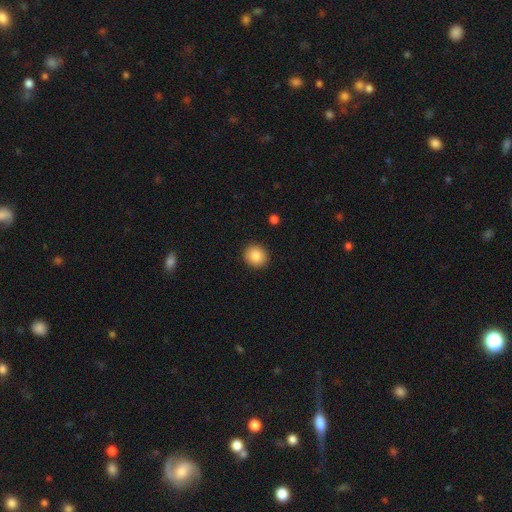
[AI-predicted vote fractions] Morphology: type=smooth (85%); roundness=round (87%); merging=none (92%).